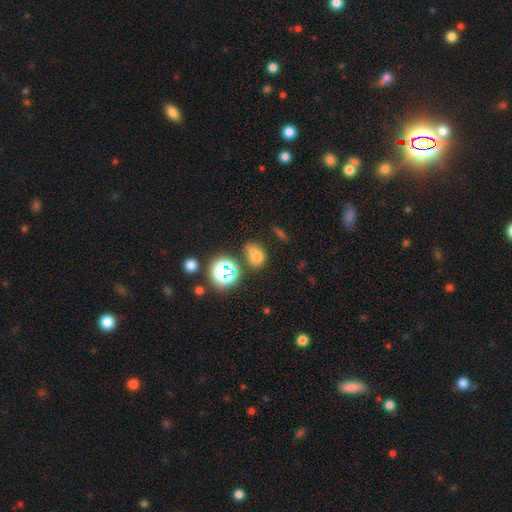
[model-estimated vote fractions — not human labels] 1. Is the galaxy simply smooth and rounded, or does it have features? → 64% smooth, 26% star or artifact, 10% featured or disk.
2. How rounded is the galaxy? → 51% in between, 47% round, 2% cigar-shaped.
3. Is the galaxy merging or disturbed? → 49% none, 27% merger, 16% minor disturbance, 8% major disturbance.